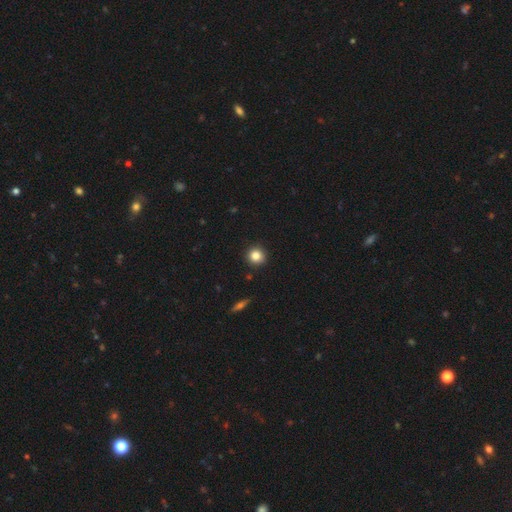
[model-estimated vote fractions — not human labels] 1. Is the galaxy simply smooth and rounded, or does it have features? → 84% smooth, 11% star or artifact, 6% featured or disk.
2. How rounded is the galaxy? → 93% round, 6% in between, 1% cigar-shaped.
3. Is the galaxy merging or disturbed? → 91% none, 6% minor disturbance, 2% major disturbance, 1% merger.